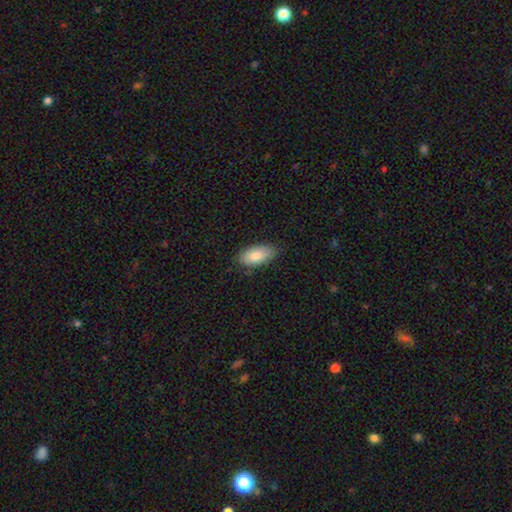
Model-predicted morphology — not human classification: A smooth galaxy with no disk features (83%) that is in between round and cigar-shaped (92%).

Vote fractions:
- Smooth or featured? smooth: 83% / featured or disk: 11% / star or artifact: 6%
- How rounded? in between: 92% / cigar-shaped: 5% / round: 2%
- Merging? none: 81% / minor disturbance: 16% / major disturbance: 3% / merger: 1%